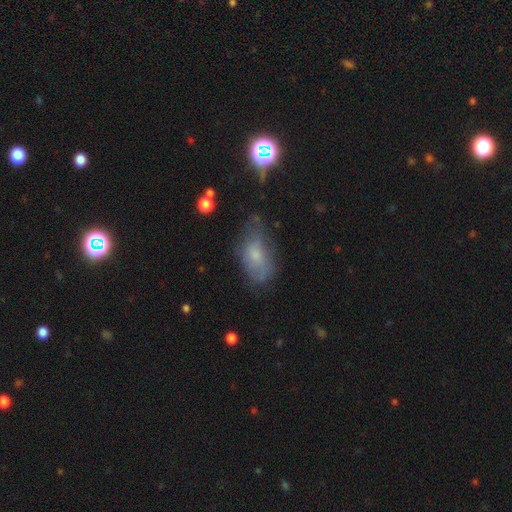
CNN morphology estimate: This appears to be a smooth galaxy with no disk features (58%) that is in between round and cigar-shaped (88%). Merging: none (44%).